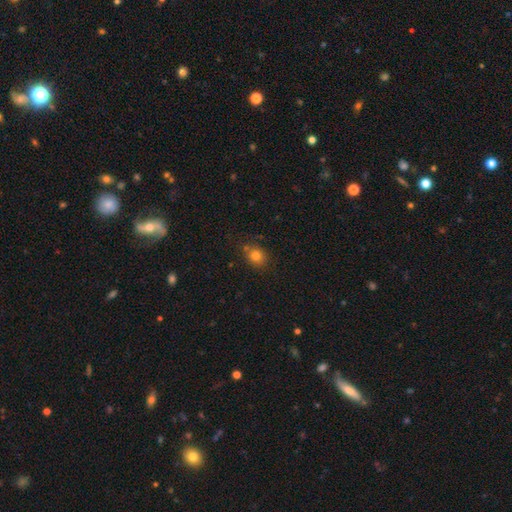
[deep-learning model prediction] A smooth galaxy with no disk features (79%) that is round (70%).

Vote fractions:
- Smooth or featured? smooth: 79% / star or artifact: 13% / featured or disk: 8%
- How rounded? round: 70% / in between: 29% / cigar-shaped: 1%
- Merging? none: 75% / minor disturbance: 14% / merger: 7% / major disturbance: 3%